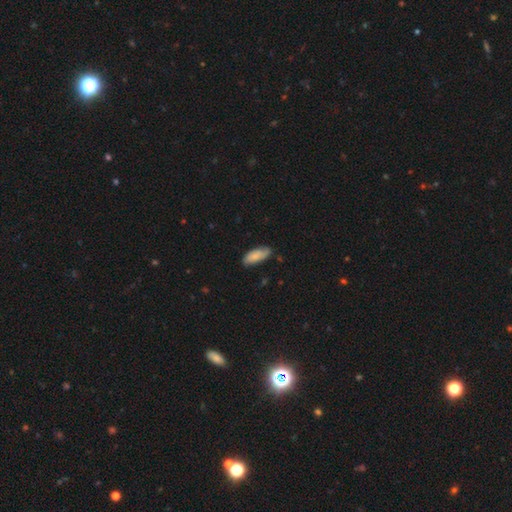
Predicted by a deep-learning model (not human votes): A smooth galaxy with no disk features (67%) that is in between round and cigar-shaped (82%).

Vote fractions:
- Smooth or featured? smooth: 67% / featured or disk: 27% / star or artifact: 7%
- How rounded? in between: 82% / cigar-shaped: 16% / round: 2%
- Merging? none: 68% / minor disturbance: 25% / major disturbance: 5% / merger: 2%